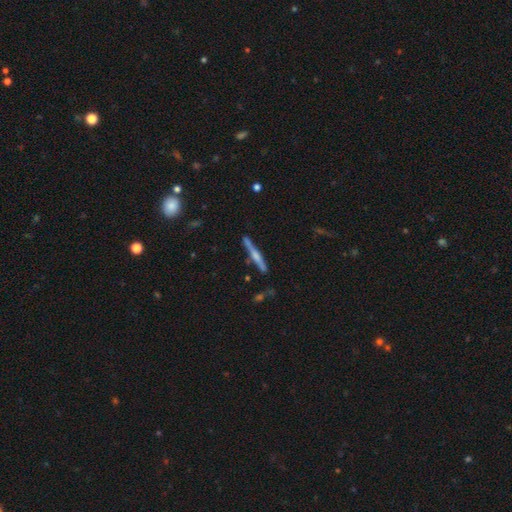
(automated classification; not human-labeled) Smooth or featured?
  - featured or disk: 65% *
  - smooth: 29%
  - star or artifact: 6%
Edge-on disk?
  - yes: 97% *
  - no: 3%
Edge-on bulge?
  - rounded: 70% *
  - none: 15%
  - boxy: 15%
Merging?
  - none: 83% *
  - minor disturbance: 11%
  - merger: 4%
  - major disturbance: 2%